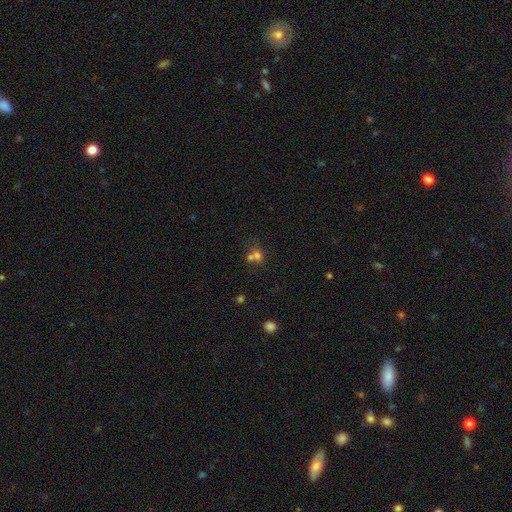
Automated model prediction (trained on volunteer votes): Smooth or featured? Predicted: smooth (p=0.65). How rounded? Predicted: round (p=0.66). Merging? Predicted: merger (p=0.51).